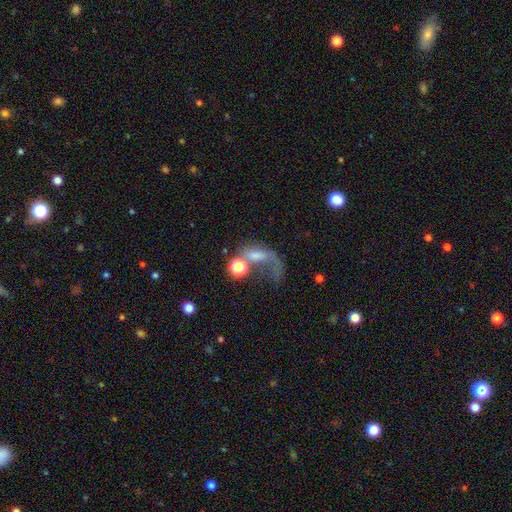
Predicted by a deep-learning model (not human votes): Morphology: type=featured or disk (46%); merging=major disturbance (44%).